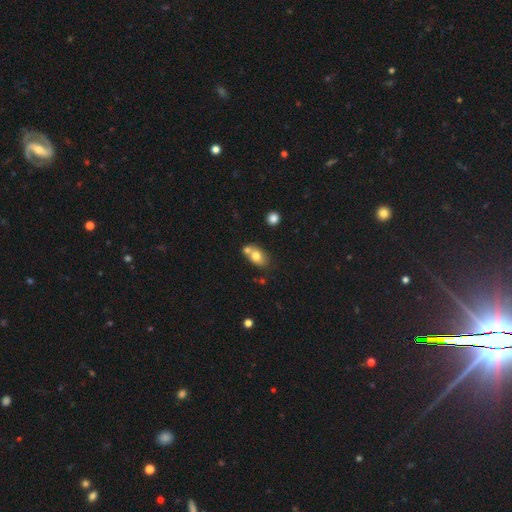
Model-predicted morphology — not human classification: Overall: smooth (74%). How rounded: in between (73%). Merging: merger (44%; none 41%).